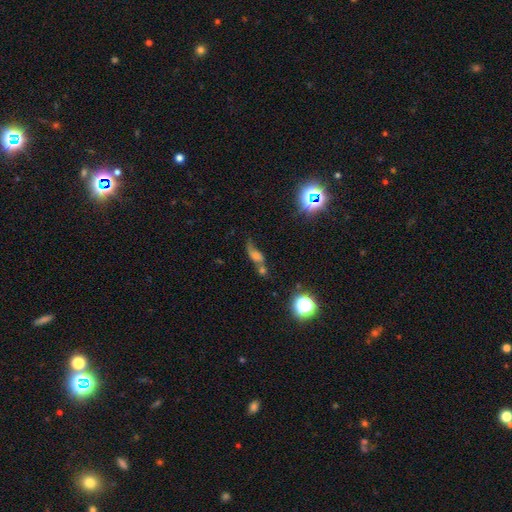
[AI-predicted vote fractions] A featured or disk galaxy (38%, tied with smooth).

Vote fractions:
- Smooth or featured? featured or disk: 38% (tied) / smooth: 38% (tied) / star or artifact: 24%
- Merging? none: 33% / merger: 31% / minor disturbance: 18% / major disturbance: 17%